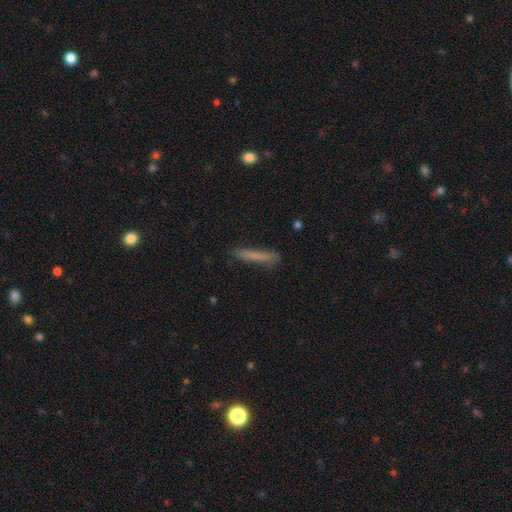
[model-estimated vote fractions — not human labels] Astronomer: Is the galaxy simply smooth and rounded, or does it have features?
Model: smooth — 72%.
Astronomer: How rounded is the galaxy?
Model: cigar-shaped — 95%.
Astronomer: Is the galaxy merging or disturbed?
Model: none — 81%.